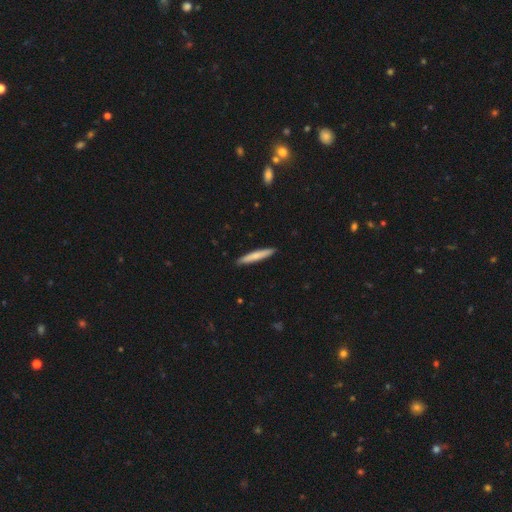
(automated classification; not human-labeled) This is likely a smooth galaxy (70%). How rounded: clearly cigar-shaped (94%). Merging: clearly none (91%).